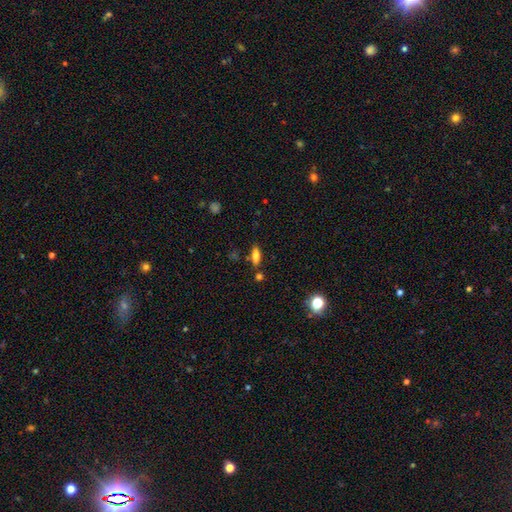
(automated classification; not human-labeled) This appears to be a smooth galaxy with no disk features (74%) that is in between round and cigar-shaped (63%). Merging: none (77%).